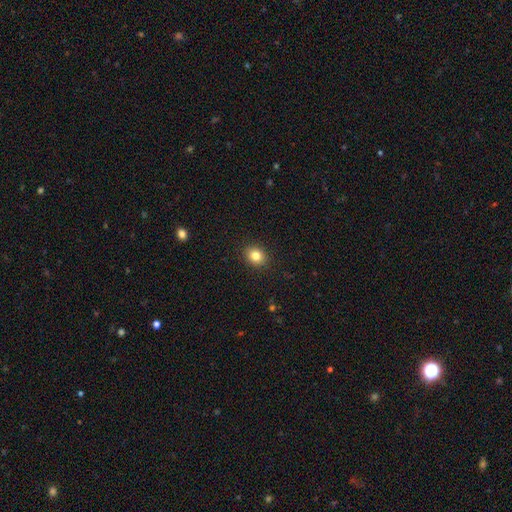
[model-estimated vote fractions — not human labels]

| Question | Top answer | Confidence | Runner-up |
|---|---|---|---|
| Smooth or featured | smooth | 83% | star or artifact (11%) |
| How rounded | round | 66% | in between (33%) |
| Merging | none | 91% | minor disturbance (6%) |